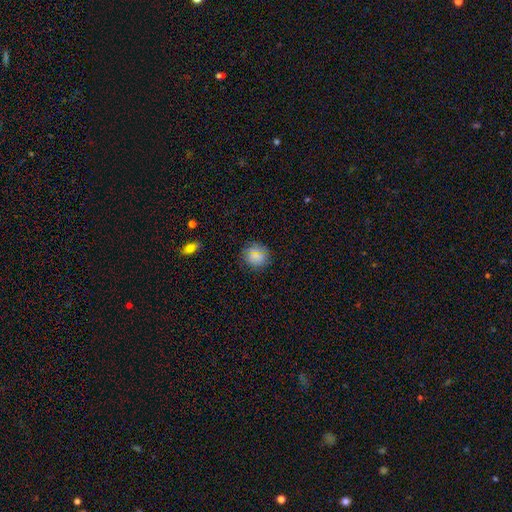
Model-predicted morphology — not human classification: A smooth galaxy with no disk features (81%) that is round (85%). Merging: none (84%).